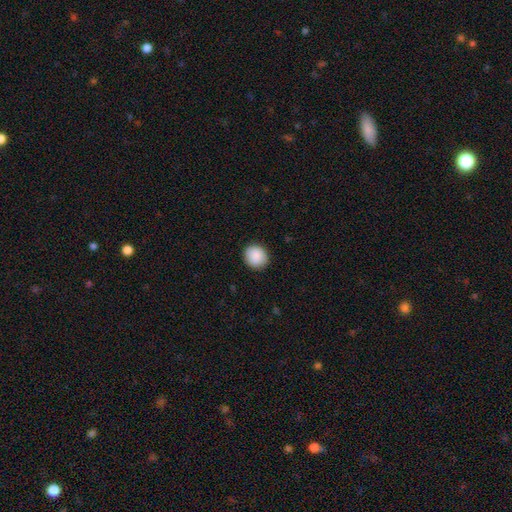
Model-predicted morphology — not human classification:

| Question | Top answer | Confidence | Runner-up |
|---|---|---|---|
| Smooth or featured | smooth | 90% | star or artifact (7%) |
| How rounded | round | 85% | in between (14%) |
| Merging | none | 90% | minor disturbance (7%) |